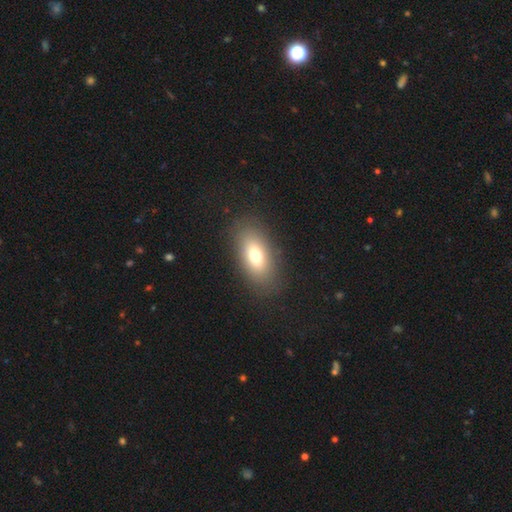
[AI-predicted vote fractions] Smooth or featured? smooth (72%)
How rounded? in between (88%)
Merging? none (85%)